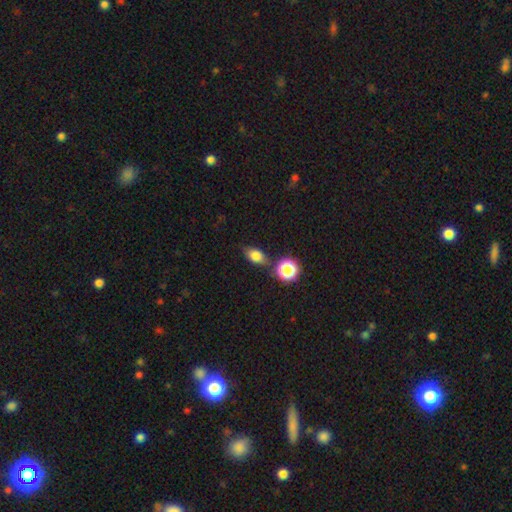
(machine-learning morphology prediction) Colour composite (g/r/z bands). It shows a smooth galaxy with no disk features (75%) that is in between round and cigar-shaped (75%). Merging: none (71%).